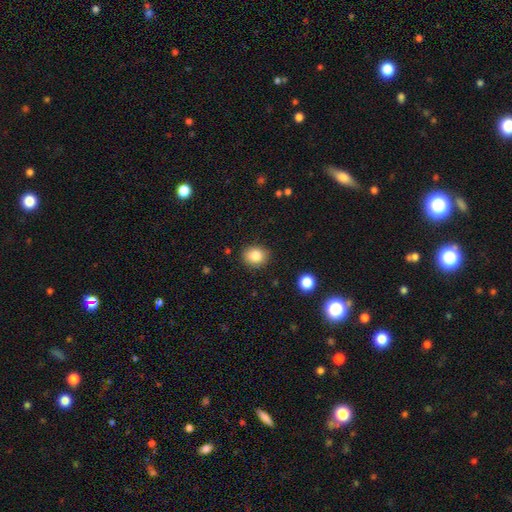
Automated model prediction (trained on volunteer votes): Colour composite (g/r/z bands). It shows a smooth galaxy with no disk features (82%) that is round (63%). Merging: none (88%).